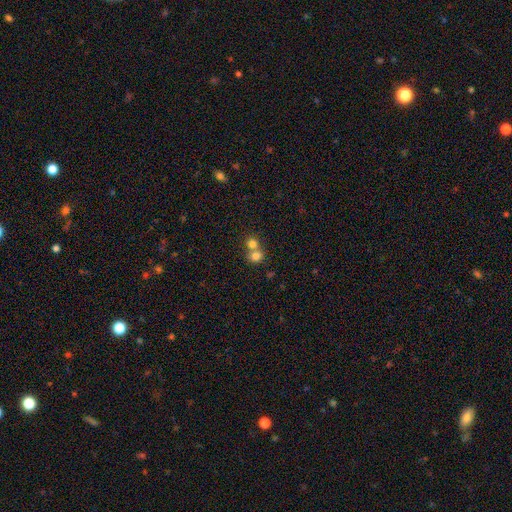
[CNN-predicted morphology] Smooth or featured? Predicted: smooth (p=0.78). How rounded? Predicted: round (p=0.80). Merging? Predicted: merger (p=0.55).